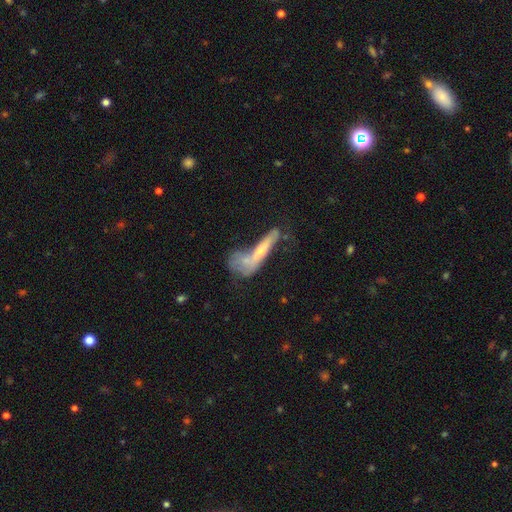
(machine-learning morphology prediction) A featured or disk galaxy (52%). Merging: major disturbance (29%, tied with merger).